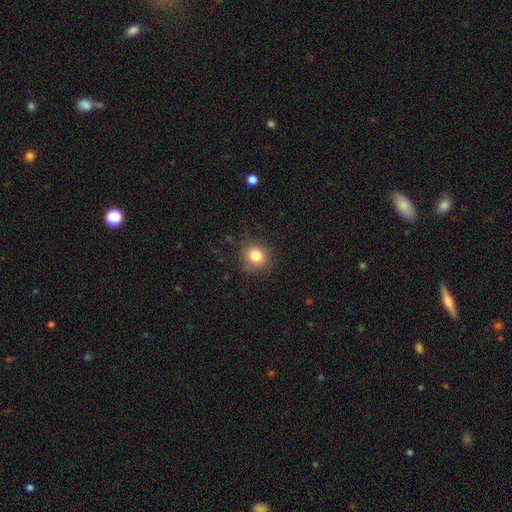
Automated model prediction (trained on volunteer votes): Q: Smooth or featured?
A: smooth (82%); runner-up: star or artifact (11%)
Q: How rounded?
A: round (82%); runner-up: in between (17%)
Q: Merging?
A: none (81%); runner-up: minor disturbance (13%)